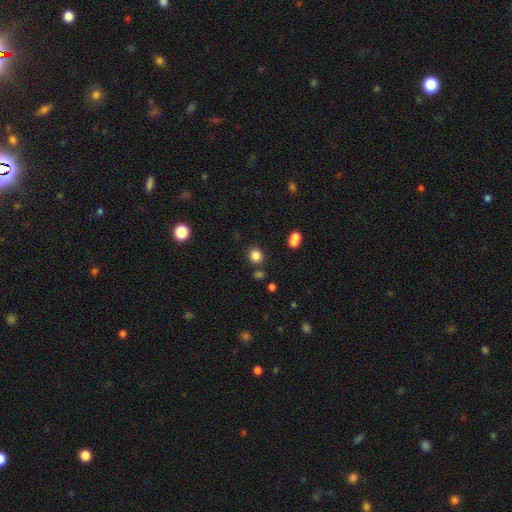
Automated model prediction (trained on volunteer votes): smooth_or_featured: smooth (p=0.84) [alt: star or artifact p=0.12]
how_rounded: round (p=0.83) [alt: in between p=0.16]
merging: none (p=0.81) [alt: minor disturbance p=0.09]